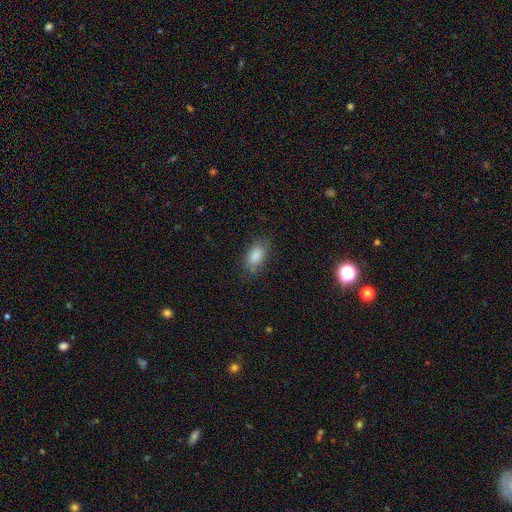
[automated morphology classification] Smooth or featured: smooth — 86% (star or artifact — 8%)
How rounded: in between — 91% (round — 6%)
Merging: none — 78% (minor disturbance — 16%)